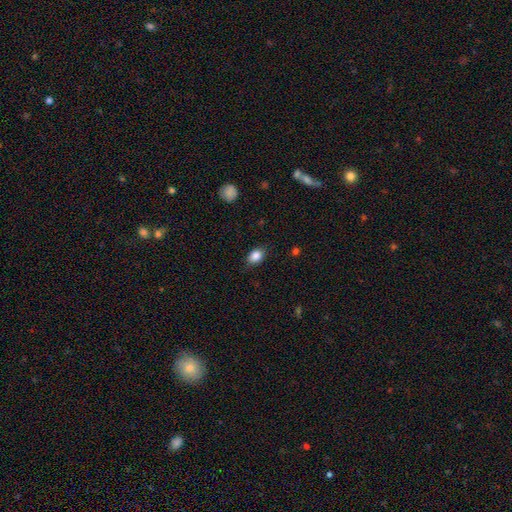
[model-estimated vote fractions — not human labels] smooth_or_featured: smooth (p=0.86) [alt: star or artifact p=0.09]
how_rounded: in between (p=0.72) [alt: round p=0.27]
merging: none (p=0.83) [alt: minor disturbance p=0.13]